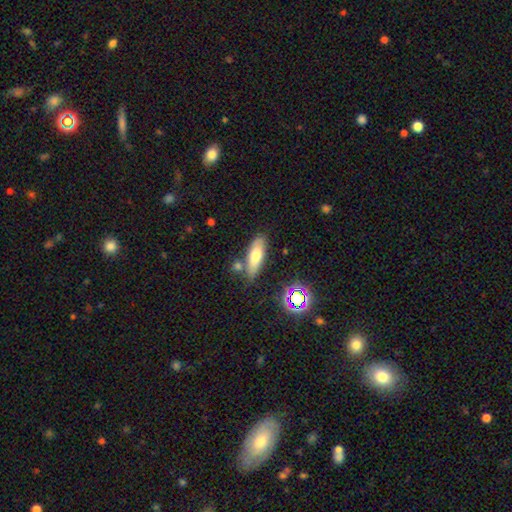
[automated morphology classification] A smooth galaxy with no disk features (67%) that is in between round and cigar-shaped (58%).

Vote fractions:
- Smooth or featured? smooth: 67% / featured or disk: 22% / star or artifact: 11%
- How rounded? in between: 58% / cigar-shaped: 39% / round: 3%
- Merging? none: 73% / minor disturbance: 15% / merger: 9% / major disturbance: 4%